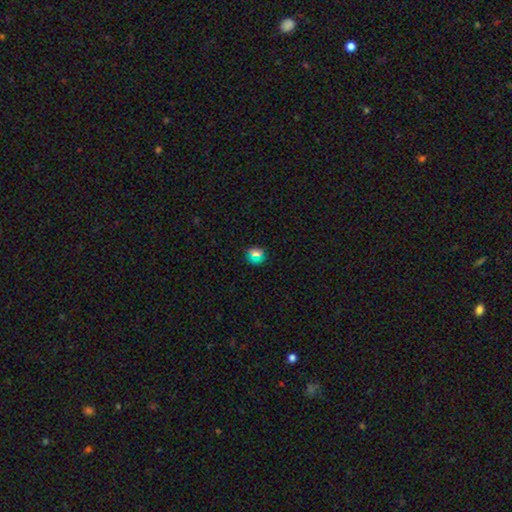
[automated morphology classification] smooth 67%, star or artifact 25%, featured or disk 8%. Down the decision tree: how rounded — round (80%); merging — none (87%).